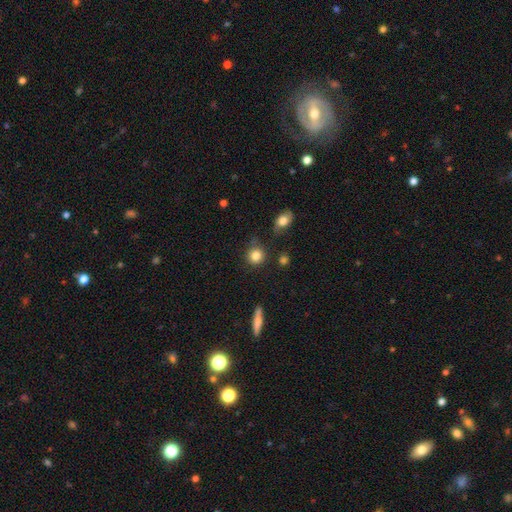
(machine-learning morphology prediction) This is clearly a smooth galaxy (84%). How rounded: clearly round (89%). Merging: clearly none (80%).